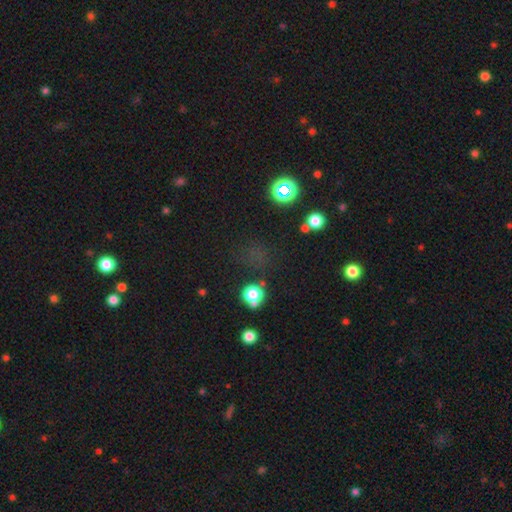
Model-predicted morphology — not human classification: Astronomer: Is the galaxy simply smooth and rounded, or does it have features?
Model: star or artifact — 46%, tied with smooth at 46%.